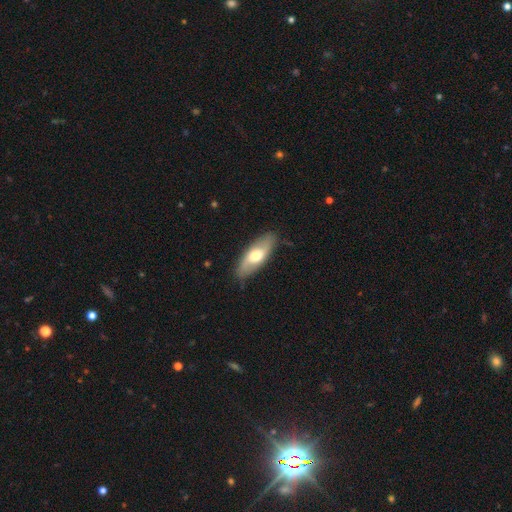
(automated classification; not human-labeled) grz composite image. It shows a smooth galaxy with no disk features (55%) that is in between round and cigar-shaped (75%). Merging: none (84%).